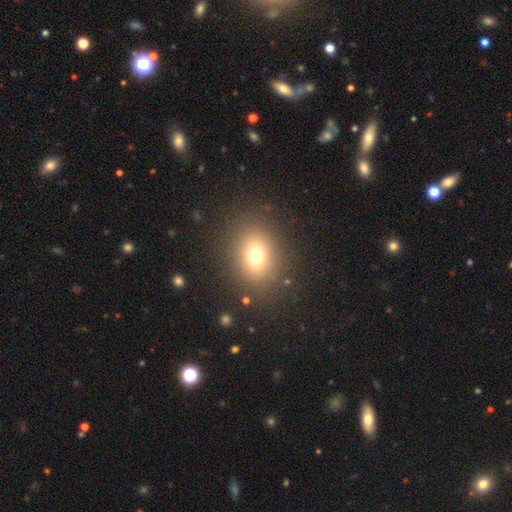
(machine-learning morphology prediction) Smooth or featured: smooth — 72% (star or artifact — 17%)
How rounded: round — 59% (in between — 40%)
Merging: none — 85% (minor disturbance — 8%)